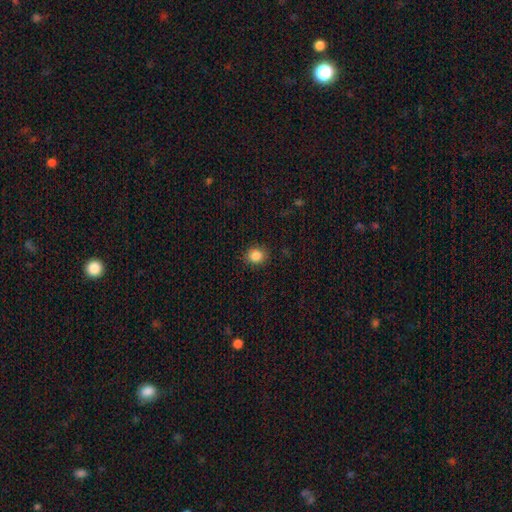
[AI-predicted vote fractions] Smooth or featured?
  - smooth: 86% *
  - star or artifact: 10%
  - featured or disk: 4%
How rounded?
  - round: 68% *
  - in between: 31%
  - cigar-shaped: 1%
Merging?
  - none: 88% *
  - minor disturbance: 8%
  - major disturbance: 2%
  - merger: 1%